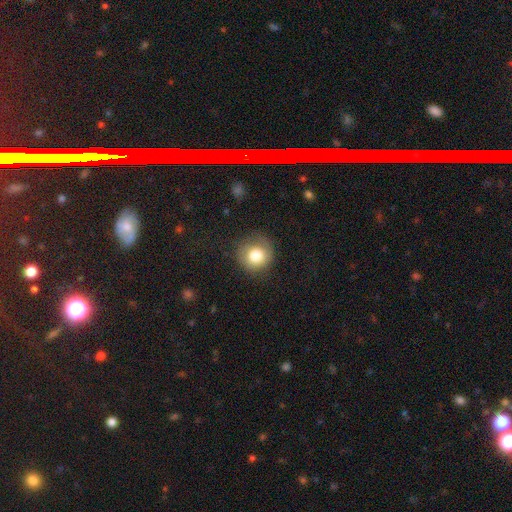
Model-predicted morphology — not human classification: smooth_or_featured: smooth (p=0.79) [alt: featured or disk p=0.11]
how_rounded: round (p=0.90) [alt: in between p=0.09]
merging: none (p=0.73) [alt: minor disturbance p=0.18]